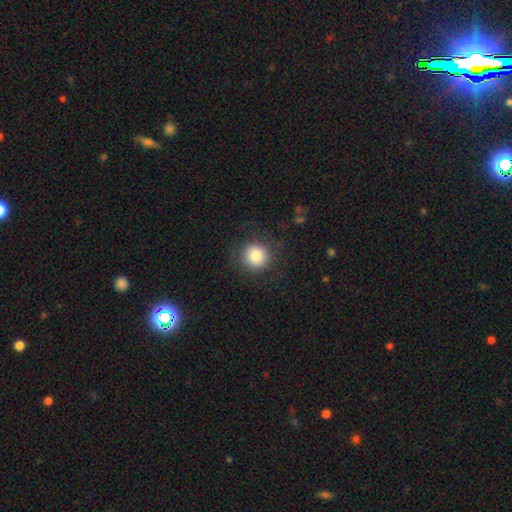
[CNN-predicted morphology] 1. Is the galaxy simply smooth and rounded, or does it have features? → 84% smooth, 9% star or artifact, 7% featured or disk.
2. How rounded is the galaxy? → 93% round, 6% in between, 1% cigar-shaped.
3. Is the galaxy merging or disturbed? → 84% none, 9% minor disturbance, 5% major disturbance, 1% merger.